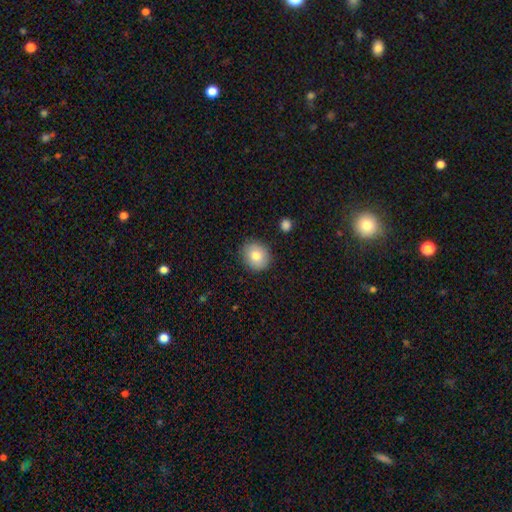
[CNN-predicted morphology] smooth_or_featured: smooth (p=0.81) [alt: featured or disk p=0.11]
how_rounded: round (p=0.78) [alt: in between p=0.21]
merging: none (p=0.86) [alt: minor disturbance p=0.10]